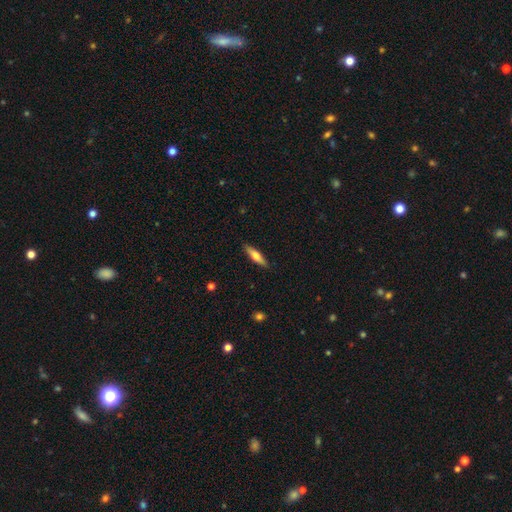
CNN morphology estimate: The model was most divided on "smooth or featured": smooth: 57%, featured or disk: 37%, star or artifact: 6%. More confident: merging — none (88%); how rounded — cigar-shaped (75%).